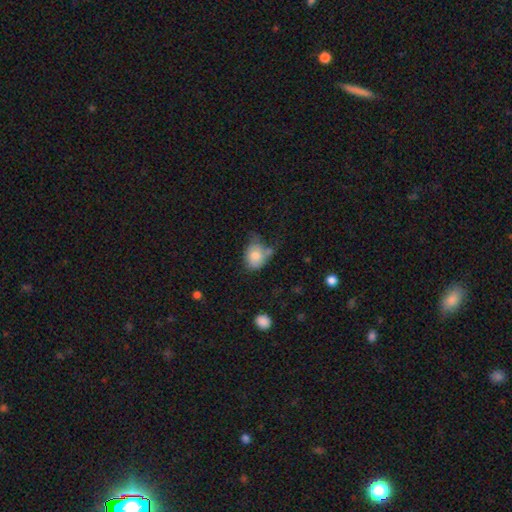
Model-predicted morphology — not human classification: This is likely a smooth galaxy (77%). How rounded: possibly in between (57%). Merging: marginally minor disturbance (36%).